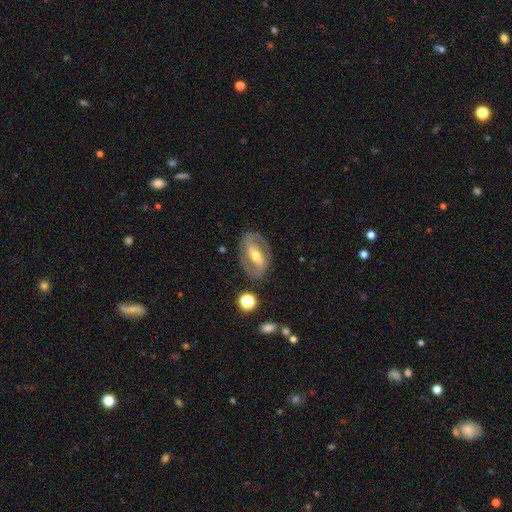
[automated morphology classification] Smooth or featured? Predicted: featured or disk (p=0.79). Edge-on disk? Predicted: no (p=0.94). Bar? Predicted: strong (p=0.50). Spiral arms? Predicted: yes (p=0.84). Spiral winding? Predicted: medium (p=0.48). Spiral arm count? Predicted: 2 (p=0.86). Bulge size? Predicted: moderate (p=0.62). Merging? Predicted: none (p=0.80).